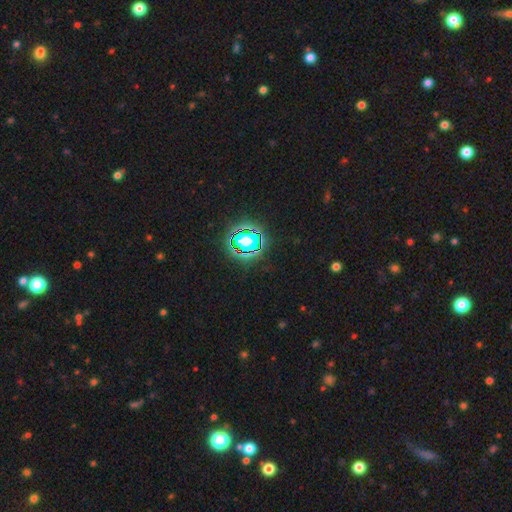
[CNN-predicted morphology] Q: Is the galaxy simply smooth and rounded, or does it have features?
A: star or artifact — 82%.